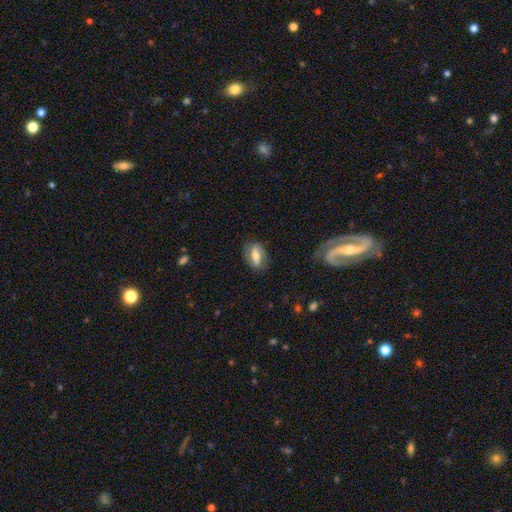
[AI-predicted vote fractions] featured or disk 49%, smooth 44%, star or artifact 7%. Down the decision tree: merging — none (76%).